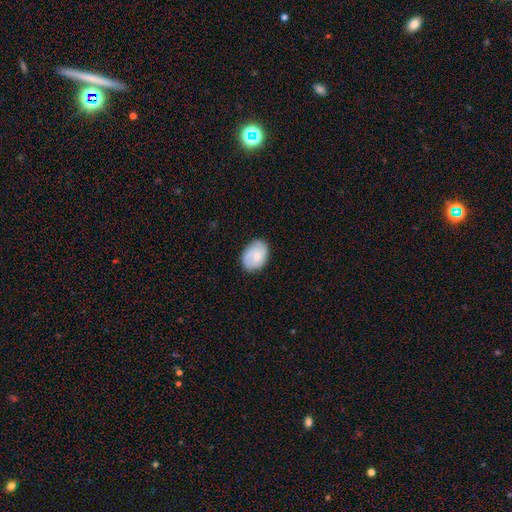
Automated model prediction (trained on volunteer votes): smooth 67%, featured or disk 26%, star or artifact 7%. Down the decision tree: how rounded — in between (73%); merging — none (78%).